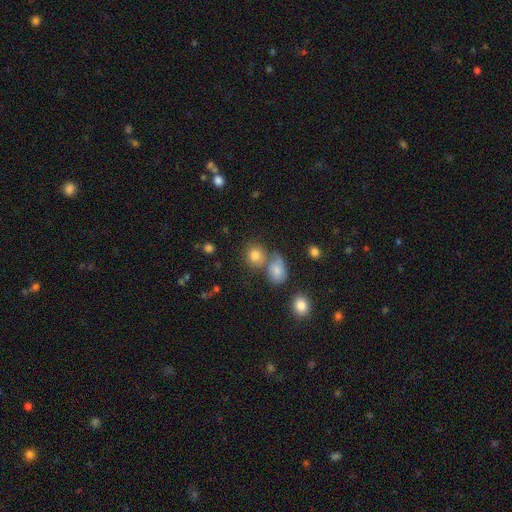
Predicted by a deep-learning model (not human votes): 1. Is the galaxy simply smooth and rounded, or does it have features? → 77% smooth, 14% star or artifact, 9% featured or disk.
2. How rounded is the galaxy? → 79% round, 20% in between, 1% cigar-shaped.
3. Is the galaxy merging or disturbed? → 56% none, 29% merger, 10% minor disturbance, 5% major disturbance.